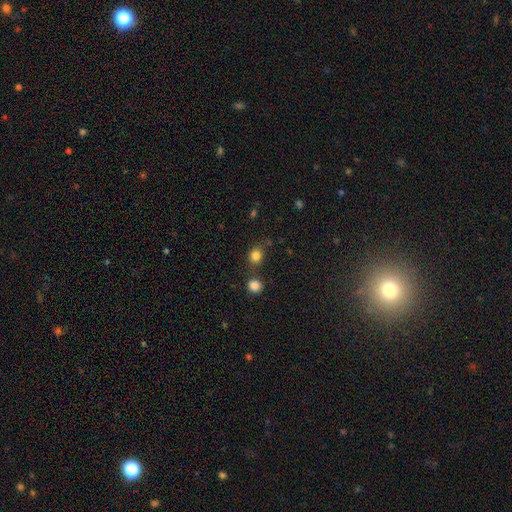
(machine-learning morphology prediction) Smooth or featured? Predicted: smooth (p=0.83). How rounded? Predicted: round (p=0.76). Merging? Predicted: none (p=0.73).